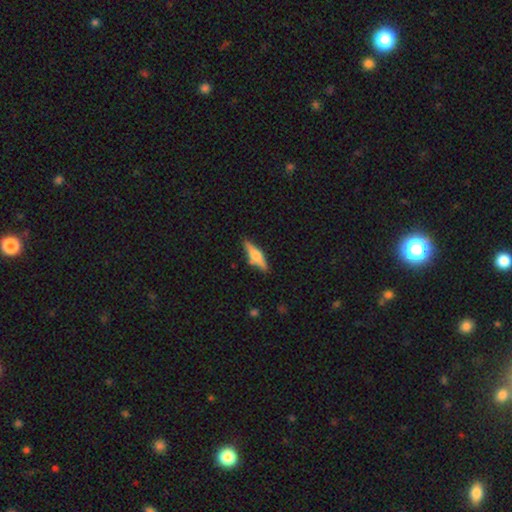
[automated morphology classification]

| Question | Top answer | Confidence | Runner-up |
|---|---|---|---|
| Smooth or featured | featured or disk | 49% | smooth (45%) |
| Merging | none | 82% | minor disturbance (12%) |